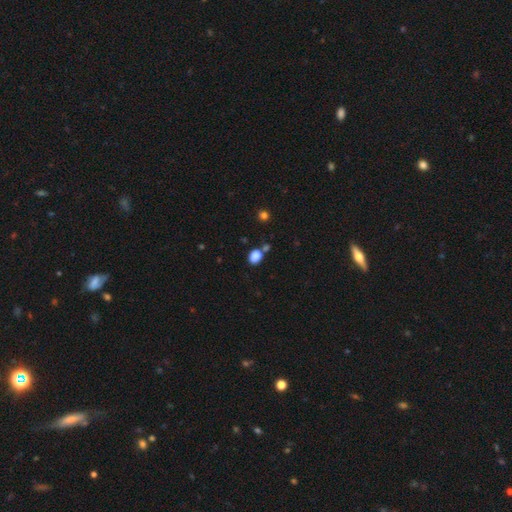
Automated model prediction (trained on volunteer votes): Morphology: type=smooth (85%); roundness=in between (66%); merging=none (66%).